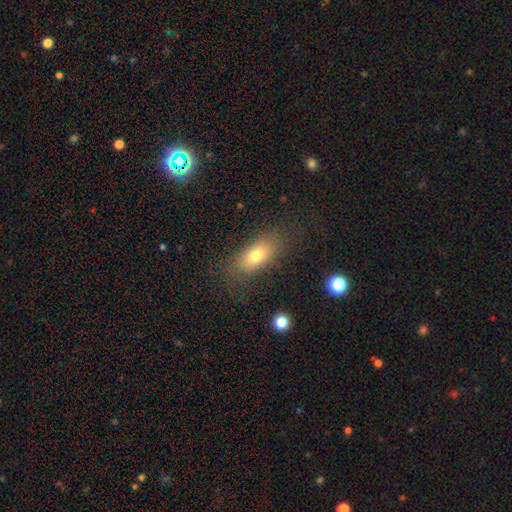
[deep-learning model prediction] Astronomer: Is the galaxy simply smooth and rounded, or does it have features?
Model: smooth — 73%.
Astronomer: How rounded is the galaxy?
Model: in between — 81%.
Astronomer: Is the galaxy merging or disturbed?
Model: none — 77%.